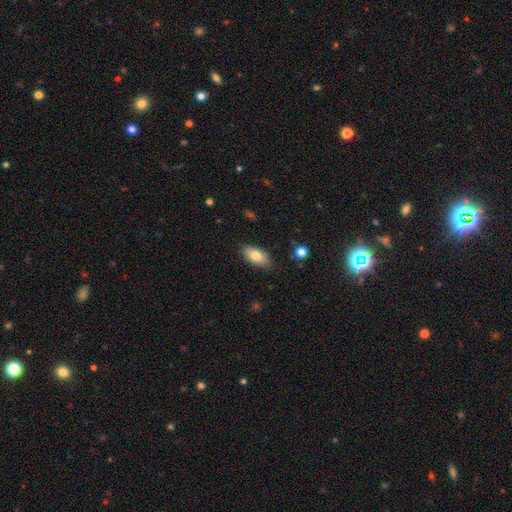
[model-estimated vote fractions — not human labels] Q: Smooth or featured?
A: smooth (78%); runner-up: featured or disk (15%)
Q: How rounded?
A: in between (91%); runner-up: cigar-shaped (6%)
Q: Merging?
A: none (84%); runner-up: minor disturbance (13%)